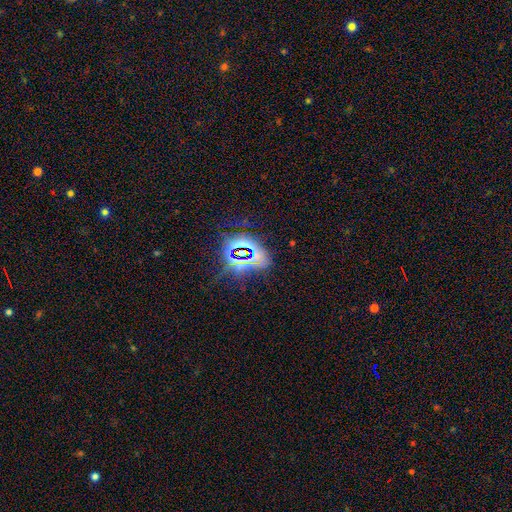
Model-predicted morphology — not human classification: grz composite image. It shows a star or artifact, not a galaxy (72%).